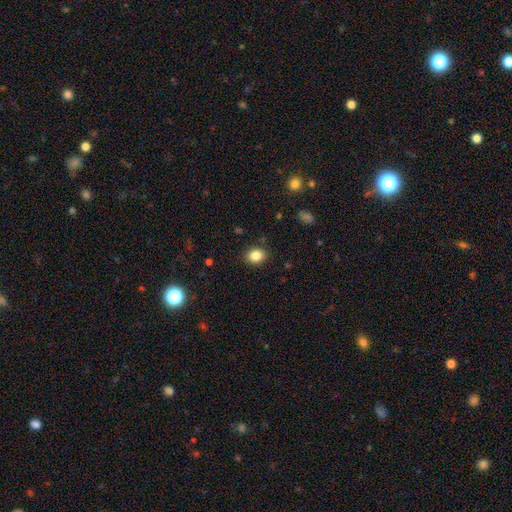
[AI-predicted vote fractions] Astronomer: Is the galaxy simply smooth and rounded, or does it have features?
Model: smooth — 84%.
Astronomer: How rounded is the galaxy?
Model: in between — 51% (runner-up: round, 48%).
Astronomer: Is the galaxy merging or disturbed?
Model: none — 88%.